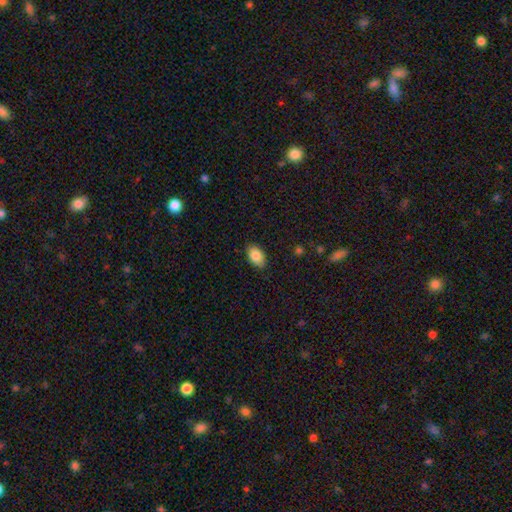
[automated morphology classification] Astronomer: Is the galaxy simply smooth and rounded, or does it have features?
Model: smooth — 85%.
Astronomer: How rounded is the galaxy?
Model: in between — 92%.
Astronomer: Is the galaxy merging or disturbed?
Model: none — 86%.